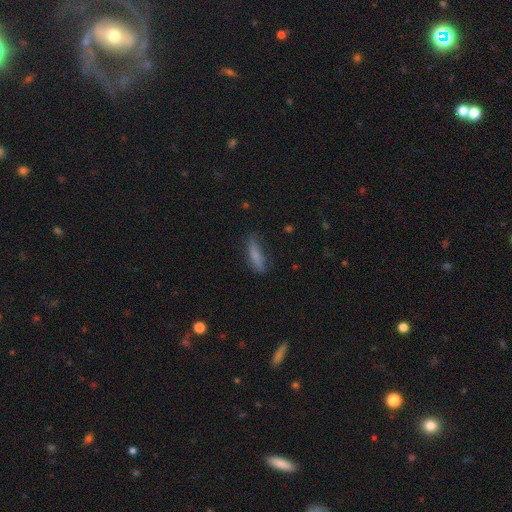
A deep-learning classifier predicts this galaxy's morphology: smooth-or-featured: smooth: 76% | featured or disk: 16% | star or artifact: 8%
  how-rounded: cigar-shaped: 64% | in between: 34% | round: 2%
  merging: none: 72% | minor disturbance: 21% | major disturbance: 5% | merger: 2%